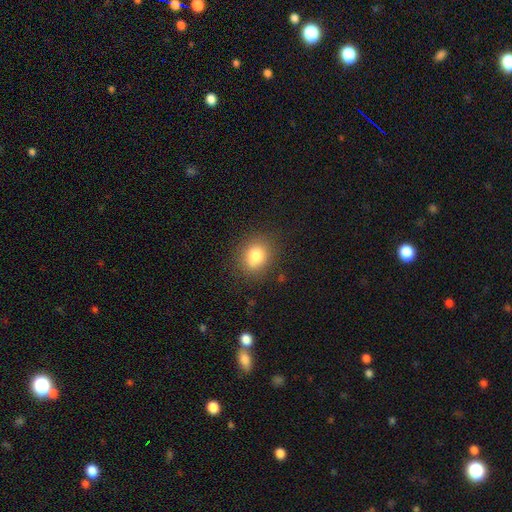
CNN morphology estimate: smooth_or_featured: smooth (p=0.80) [alt: star or artifact p=0.11]
how_rounded: round (p=0.62) [alt: in between p=0.37]
merging: none (p=0.80) [alt: minor disturbance p=0.13]